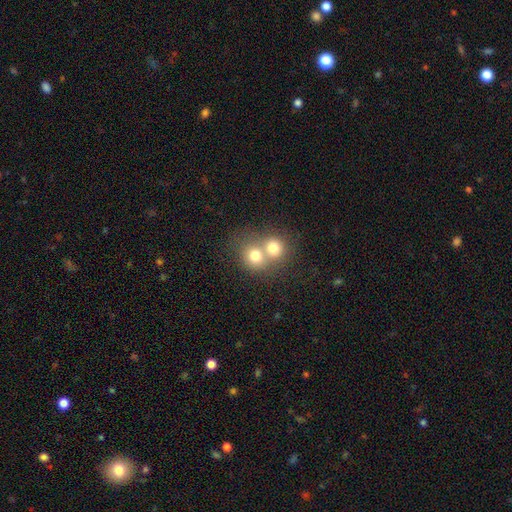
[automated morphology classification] smooth-or-featured: smooth: 73% | featured or disk: 16% | star or artifact: 11%
  how-rounded: round: 76% | in between: 23% | cigar-shaped: 1%
  merging: merger: 63% | none: 29% | minor disturbance: 5% | major disturbance: 3%